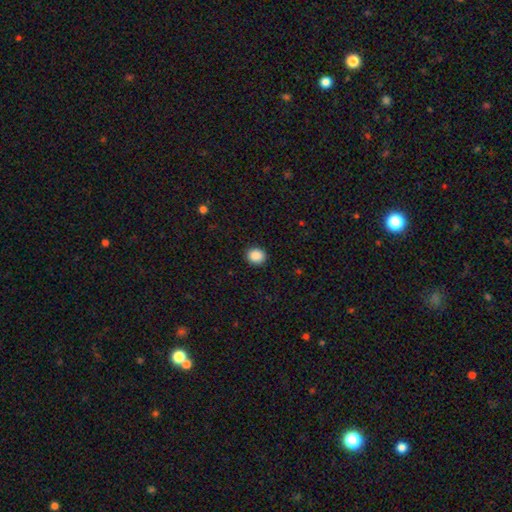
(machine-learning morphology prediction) Smooth or featured: smooth — 89% (star or artifact — 9%)
How rounded: round — 72% (in between — 27%)
Merging: none — 91% (minor disturbance — 6%)